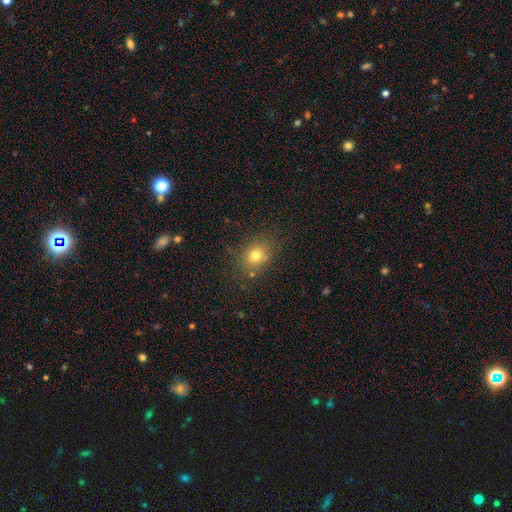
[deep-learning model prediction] Q: Smooth or featured?
A: smooth (75%); runner-up: star or artifact (15%)
Q: How rounded?
A: round (58%); runner-up: in between (41%)
Q: Merging?
A: none (79%); runner-up: minor disturbance (13%)